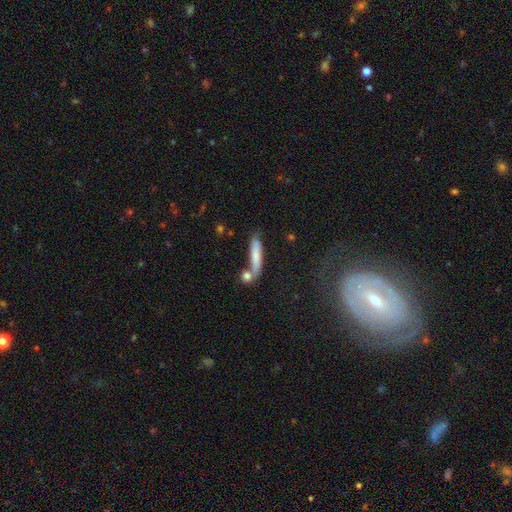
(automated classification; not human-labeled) smooth-or-featured: smooth: 73% | featured or disk: 19% | star or artifact: 7%
  how-rounded: cigar-shaped: 79% | in between: 19% | round: 3%
  merging: none: 54% | merger: 24% | minor disturbance: 16% | major disturbance: 6%